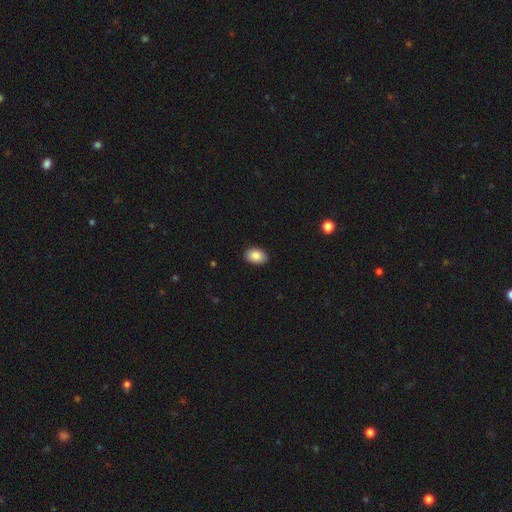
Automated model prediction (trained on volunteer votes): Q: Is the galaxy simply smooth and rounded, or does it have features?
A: smooth — 88%.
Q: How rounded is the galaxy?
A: in between — 84%.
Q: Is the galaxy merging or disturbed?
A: none — 90%.